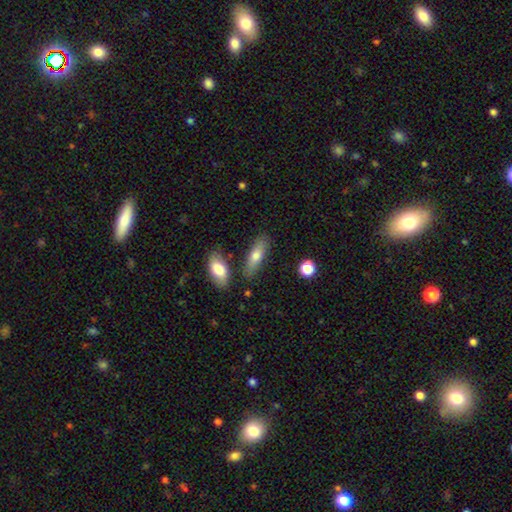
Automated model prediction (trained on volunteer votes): smooth_or_featured: smooth (p=0.70) [alt: featured or disk p=0.23]
how_rounded: in between (p=0.52) [alt: cigar-shaped p=0.45]
merging: none (p=0.77) [alt: minor disturbance p=0.13]